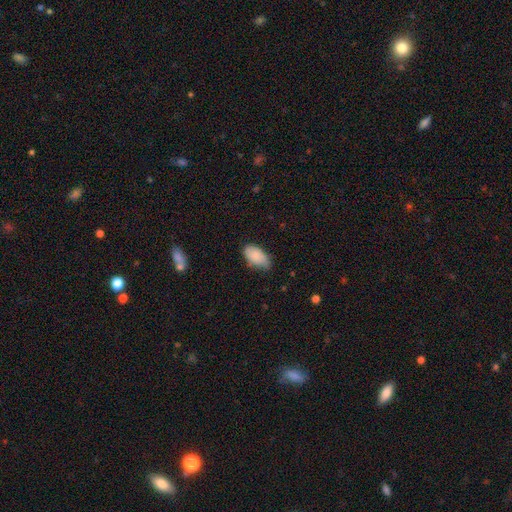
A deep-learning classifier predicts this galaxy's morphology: This is clearly a smooth galaxy (82%). How rounded: clearly in between (94%). Merging: likely none (60%).